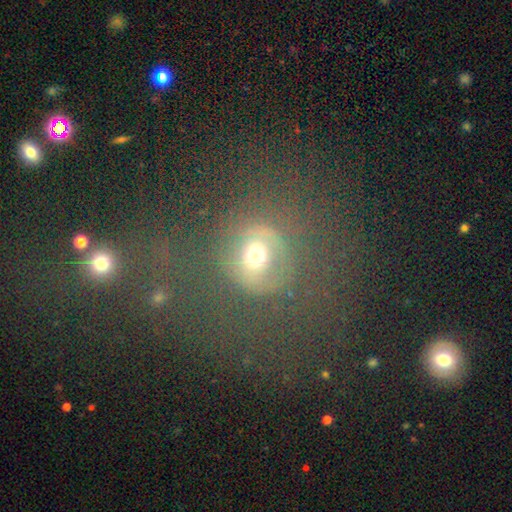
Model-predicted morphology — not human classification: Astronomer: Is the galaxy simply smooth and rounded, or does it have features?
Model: smooth — 46% (runner-up: featured or disk, 34%).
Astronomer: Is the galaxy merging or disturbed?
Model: none — 62%.